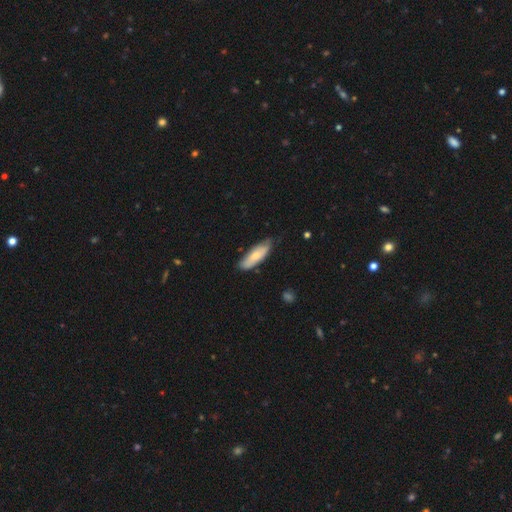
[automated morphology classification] This is likely a smooth galaxy (66%). How rounded: likely in between (60%). Merging: likely none (68%).